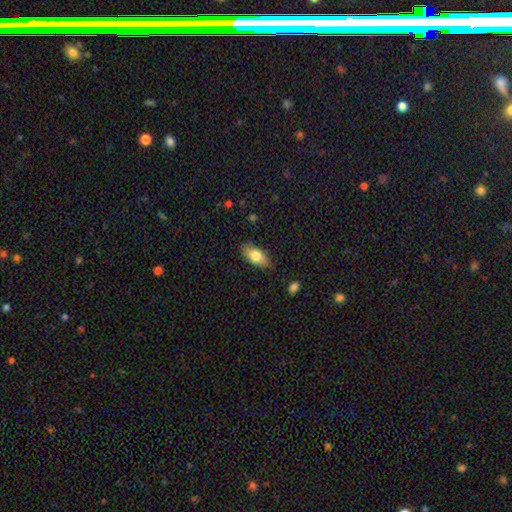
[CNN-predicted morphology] Smooth or featured: smooth — 78% (featured or disk — 15%)
How rounded: in between — 89% (cigar-shaped — 8%)
Merging: none — 83% (minor disturbance — 14%)